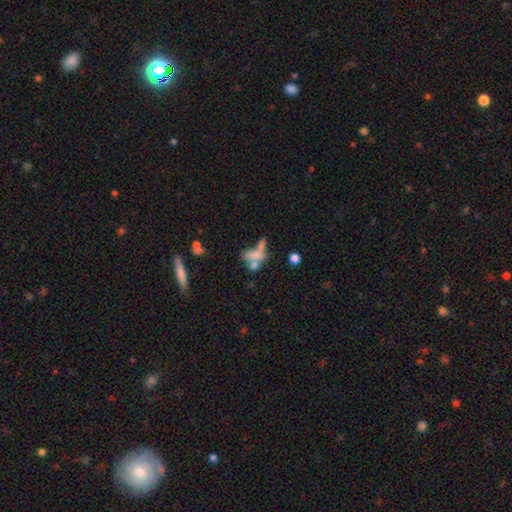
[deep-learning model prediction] The model was most divided on "smooth or featured": smooth: 53%, featured or disk: 32%, star or artifact: 15%. Remaining: how rounded — in between (66%); merging — merger (47%).